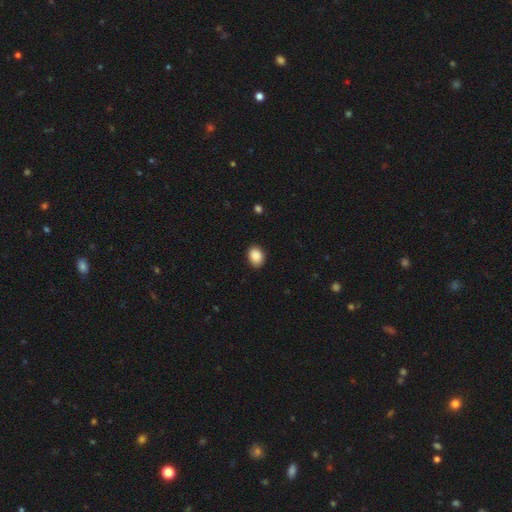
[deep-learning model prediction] smooth_or_featured: smooth (p=0.89) [alt: star or artifact p=0.08]
how_rounded: in between (p=0.61) [alt: round p=0.38]
merging: none (p=0.88) [alt: minor disturbance p=0.09]